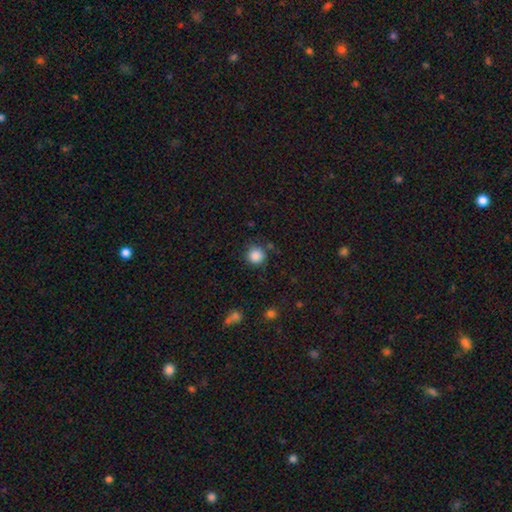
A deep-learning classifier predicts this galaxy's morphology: Smooth or featured?
  - smooth: 86% *
  - star or artifact: 10%
  - featured or disk: 3%
How rounded?
  - round: 93% *
  - in between: 6%
  - cigar-shaped: 1%
Merging?
  - none: 82% *
  - minor disturbance: 11%
  - merger: 4%
  - major disturbance: 3%